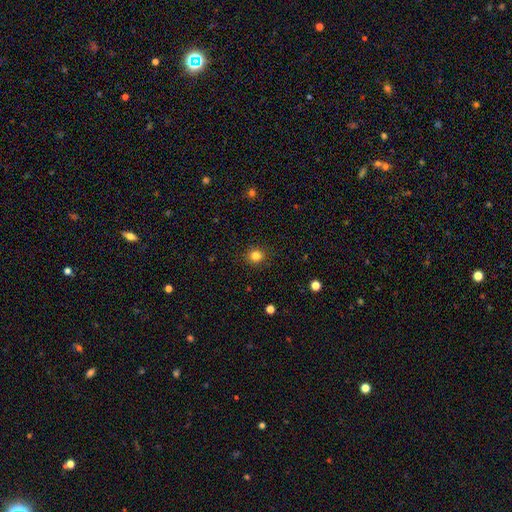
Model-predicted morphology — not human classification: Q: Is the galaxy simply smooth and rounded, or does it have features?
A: smooth — 82%.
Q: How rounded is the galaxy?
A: round — 78%.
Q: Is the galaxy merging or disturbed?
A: none — 89%.